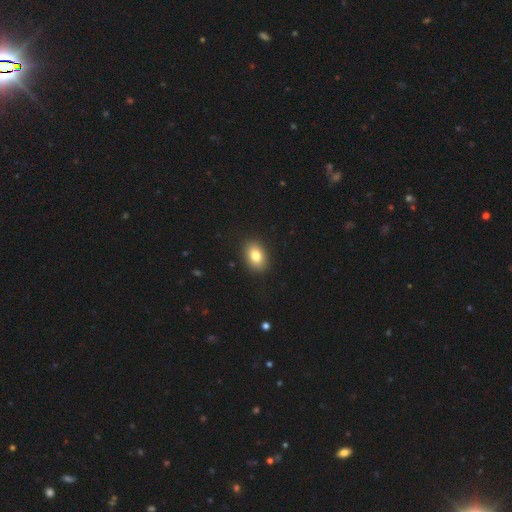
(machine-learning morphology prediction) smooth 82%, featured or disk 9%, star or artifact 9%. Down the decision tree: how rounded — in between (78%); merging — none (89%).